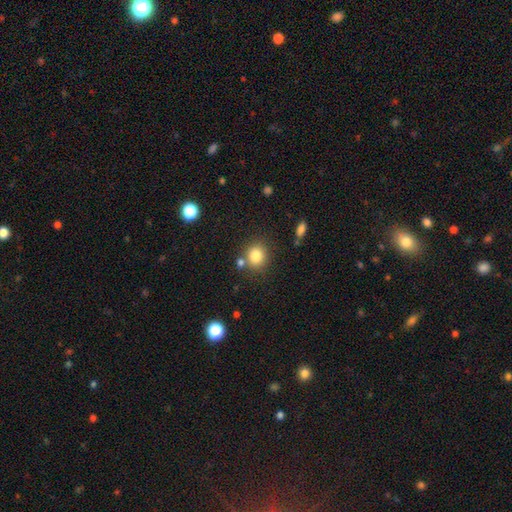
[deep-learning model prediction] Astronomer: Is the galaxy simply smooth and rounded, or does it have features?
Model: smooth — 82%.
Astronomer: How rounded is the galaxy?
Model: round — 79%.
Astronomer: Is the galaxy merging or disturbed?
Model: none — 73%.